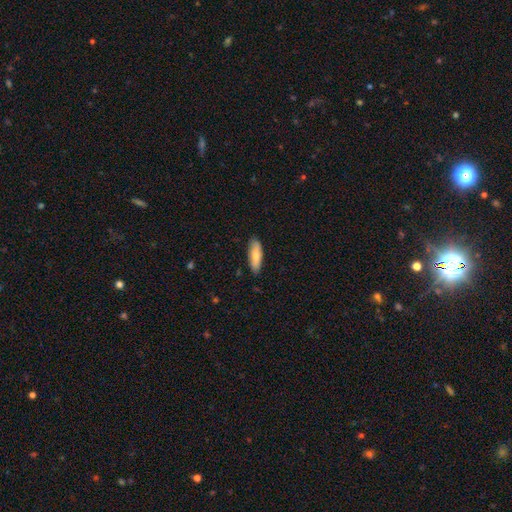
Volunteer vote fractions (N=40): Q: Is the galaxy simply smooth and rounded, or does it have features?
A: smooth — 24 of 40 (60%).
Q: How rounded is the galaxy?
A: cigar-shaped — 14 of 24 (58%).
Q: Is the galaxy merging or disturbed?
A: none — 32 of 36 (89%).